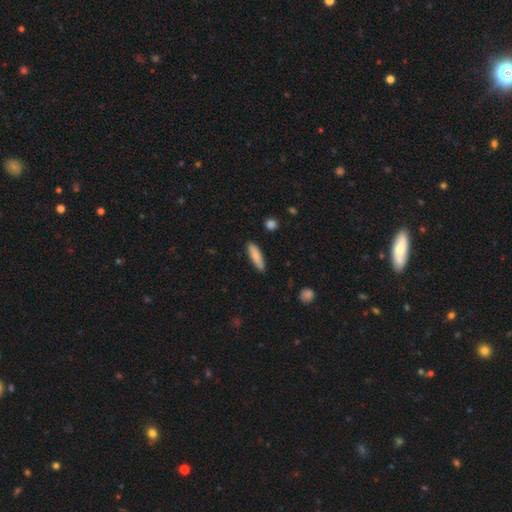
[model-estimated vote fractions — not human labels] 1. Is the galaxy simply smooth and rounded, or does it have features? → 83% smooth, 11% featured or disk, 6% star or artifact.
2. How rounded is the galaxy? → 70% cigar-shaped, 28% in between, 2% round.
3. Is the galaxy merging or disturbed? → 86% none, 11% minor disturbance, 2% major disturbance, 2% merger.